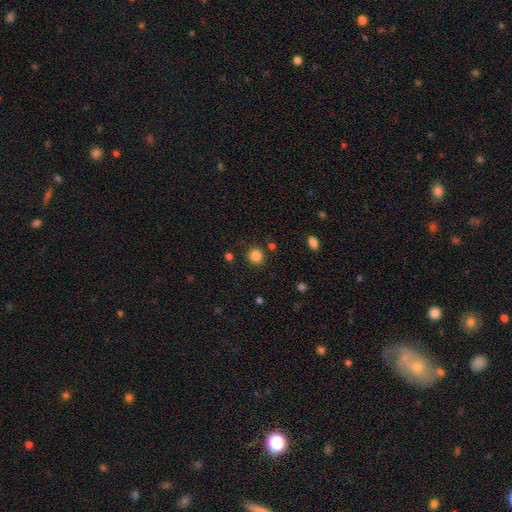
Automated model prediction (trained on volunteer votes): smooth_or_featured: smooth (p=0.84) [alt: star or artifact p=0.12]
how_rounded: round (p=0.92) [alt: in between p=0.07]
merging: none (p=0.88) [alt: minor disturbance p=0.07]